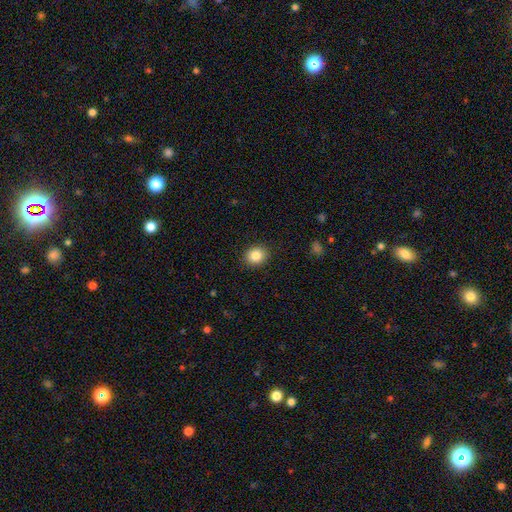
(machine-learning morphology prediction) This appears to be a smooth galaxy with no disk features (85%) that is round (69%). Merging: none (90%).